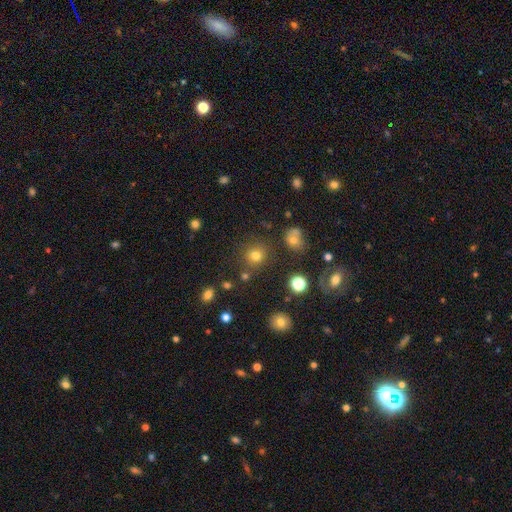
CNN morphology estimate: A smooth galaxy with no disk features (73%) that is round (87%). Merging: none (79%).